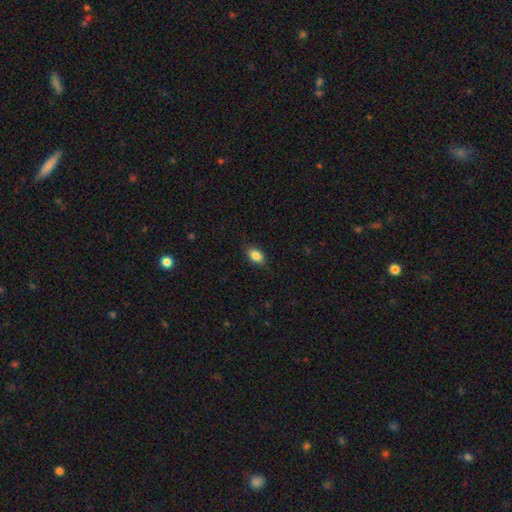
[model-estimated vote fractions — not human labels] Smooth or featured?
  - smooth: 86% *
  - star or artifact: 8%
  - featured or disk: 6%
How rounded?
  - in between: 87% *
  - round: 10%
  - cigar-shaped: 2%
Merging?
  - none: 86% *
  - minor disturbance: 11%
  - major disturbance: 2%
  - merger: 1%